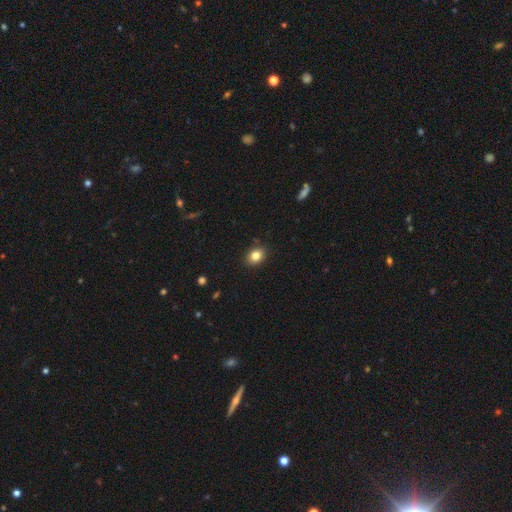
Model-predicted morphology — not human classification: A smooth galaxy with no disk features (83%) that is in between round and cigar-shaped (55%).

Vote fractions:
- Smooth or featured? smooth: 83% / star or artifact: 10% / featured or disk: 7%
- How rounded? in between: 55% / round: 44% / cigar-shaped: 1%
- Merging? none: 88% / minor disturbance: 9% / major disturbance: 2% / merger: 1%